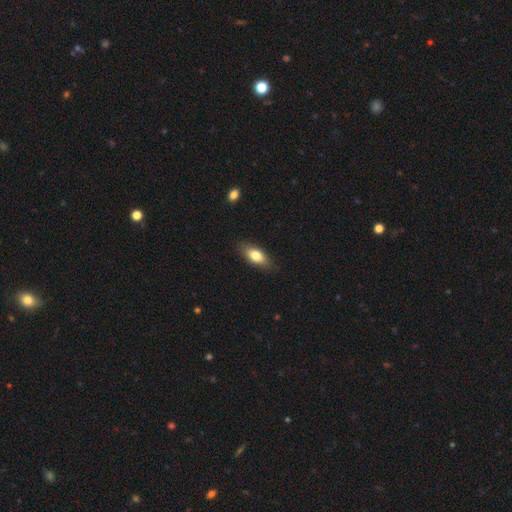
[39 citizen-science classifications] Smooth or featured: smooth — 67% (featured or disk — 26%)
How rounded: in between — 92% (cigar-shaped — 8%)
Merging: none — 81% (minor disturbance — 17%)